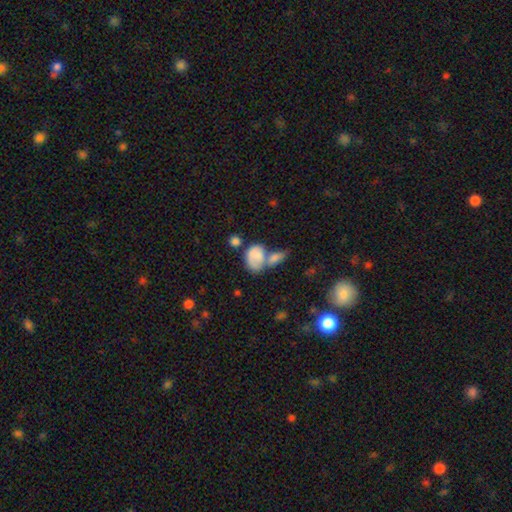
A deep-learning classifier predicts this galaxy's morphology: Smooth or featured: smooth — 76% (featured or disk — 17%)
How rounded: in between — 78% (round — 21%)
Merging: merger — 51% (none — 23%)